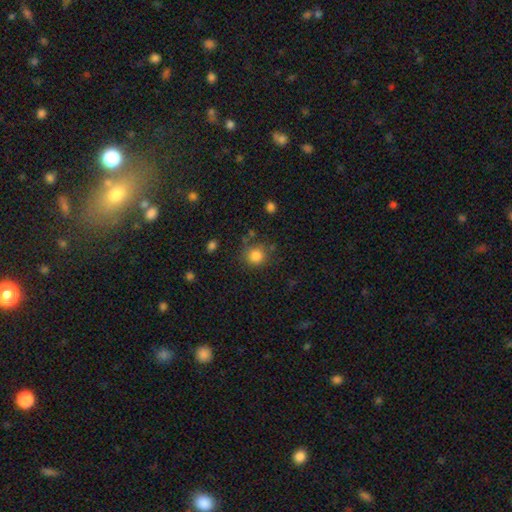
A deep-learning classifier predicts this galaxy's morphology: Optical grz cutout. It shows a smooth galaxy with no disk features (83%) that is round (86%). Merging: none (74%).